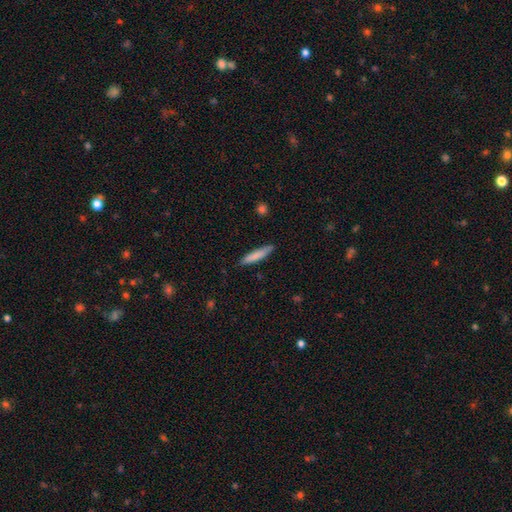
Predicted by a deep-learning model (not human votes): Smooth or featured: smooth — 81% (featured or disk — 13%)
How rounded: cigar-shaped — 89% (in between — 10%)
Merging: none — 86% (minor disturbance — 11%)